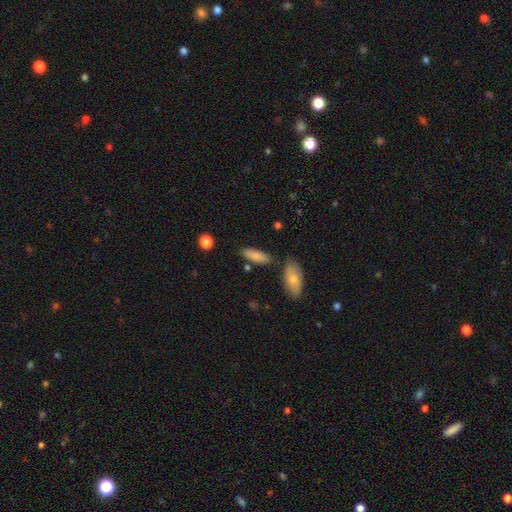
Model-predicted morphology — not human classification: smooth 83%, featured or disk 10%, star or artifact 6%. Down the decision tree: how rounded — in between (63%); merging — none (75%).